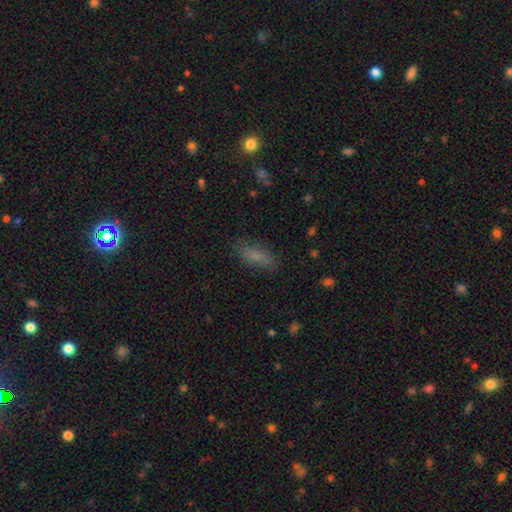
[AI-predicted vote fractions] smooth-or-featured: smooth: 79% | star or artifact: 11% | featured or disk: 10%
  how-rounded: in between: 69% | cigar-shaped: 28% | round: 3%
  merging: none: 82% | minor disturbance: 13% | major disturbance: 4% | merger: 1%